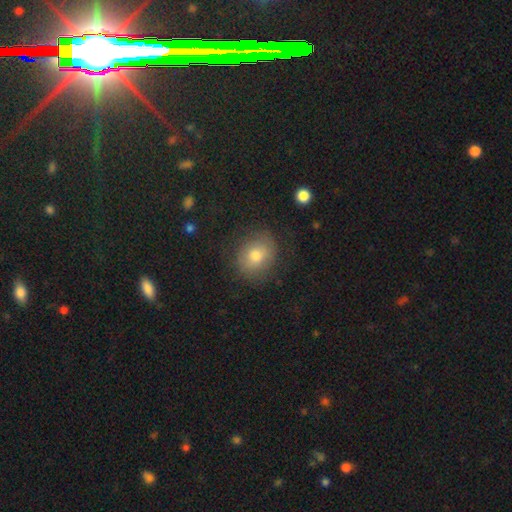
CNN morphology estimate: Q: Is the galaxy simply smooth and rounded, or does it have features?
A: smooth — 73%.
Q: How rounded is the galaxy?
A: round — 60%.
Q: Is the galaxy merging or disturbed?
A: none — 79%.